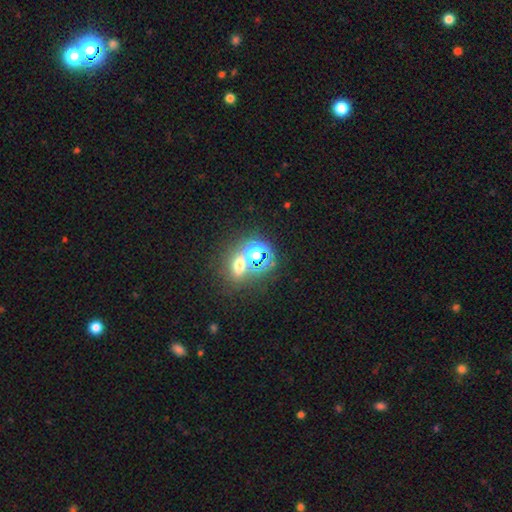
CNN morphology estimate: type=star or artifact (48%).